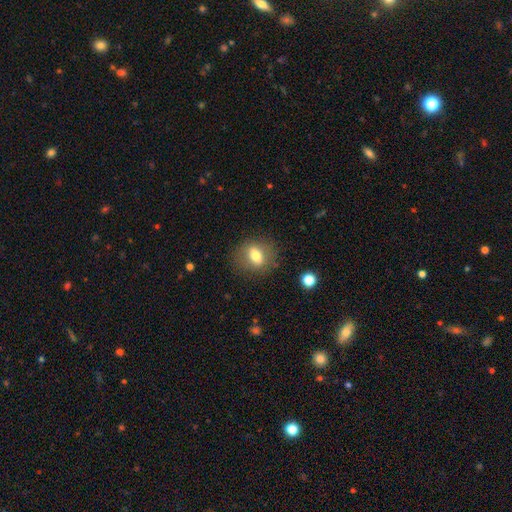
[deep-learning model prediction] Smooth or featured?
  - smooth: 71% *
  - featured or disk: 20%
  - star or artifact: 9%
How rounded?
  - in between: 54% *
  - round: 43%
  - cigar-shaped: 3%
Merging?
  - none: 82% *
  - minor disturbance: 12%
  - major disturbance: 5%
  - merger: 1%